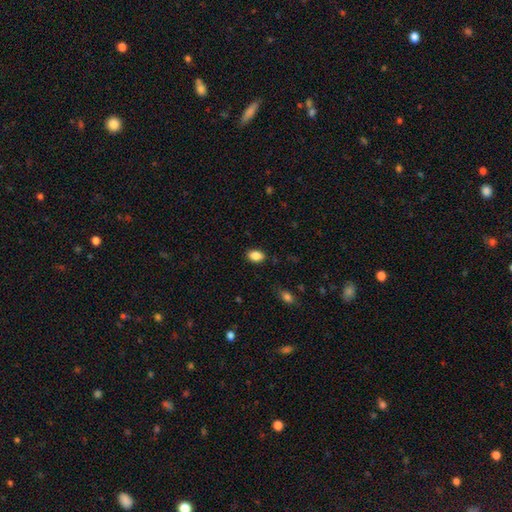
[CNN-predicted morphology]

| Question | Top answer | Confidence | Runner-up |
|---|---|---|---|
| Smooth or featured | smooth | 87% | star or artifact (8%) |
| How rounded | in between | 84% | round (15%) |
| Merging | none | 86% | minor disturbance (10%) |